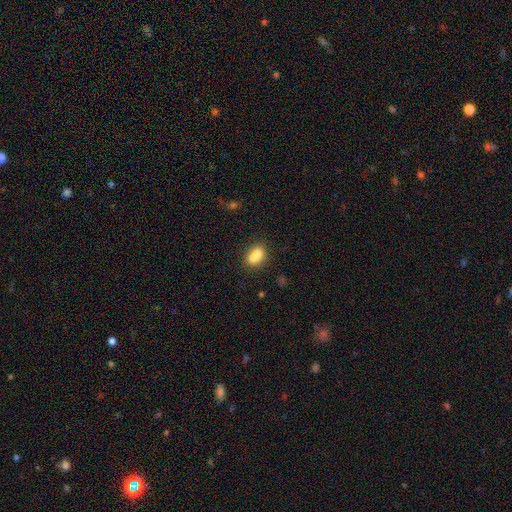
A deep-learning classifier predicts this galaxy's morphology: A smooth galaxy with no disk features (74%) that is in between round and cigar-shaped (64%). Merging: merger (49%).